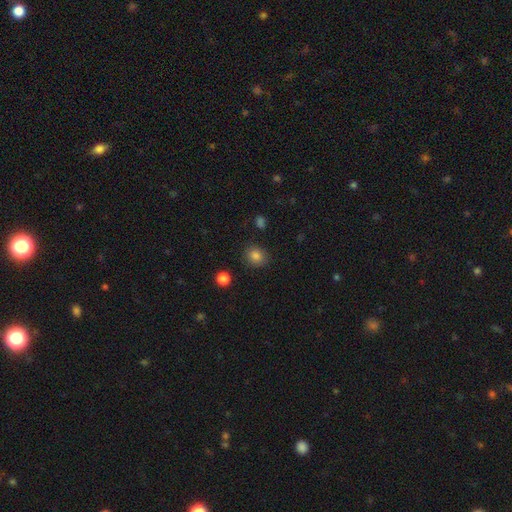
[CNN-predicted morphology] smooth-or-featured: smooth: 84% | star or artifact: 11% | featured or disk: 5%
  how-rounded: round: 72% | in between: 27% | cigar-shaped: 1%
  merging: none: 86% | minor disturbance: 10% | major disturbance: 3% | merger: 2%